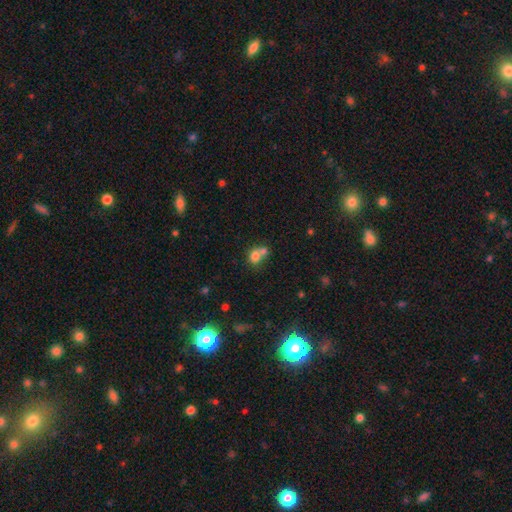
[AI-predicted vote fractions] The model was most divided on "merging": merger: 58%, none: 31%, minor disturbance: 7%, major disturbance: 4%. More confident: smooth or featured — smooth (76%); how rounded — round (68%).